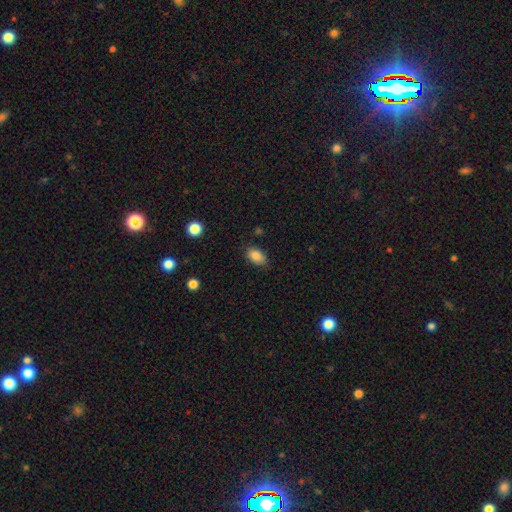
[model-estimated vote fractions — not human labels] Morphology: type=smooth (87%); roundness=in between (88%); merging=none (79%).